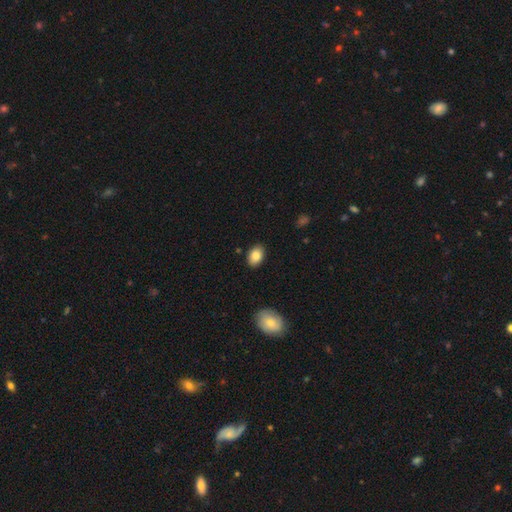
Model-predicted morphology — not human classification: This appears to be a smooth galaxy with no disk features (84%) that is in between round and cigar-shaped (86%). Merging: none (87%).